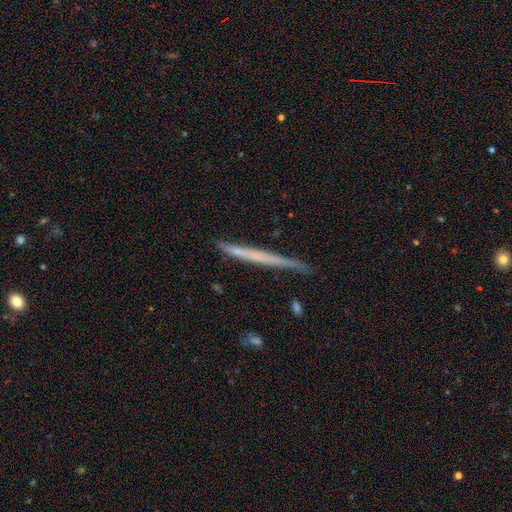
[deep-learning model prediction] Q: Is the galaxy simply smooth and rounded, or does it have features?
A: featured or disk — 50%.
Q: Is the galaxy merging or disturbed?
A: none — 80%.